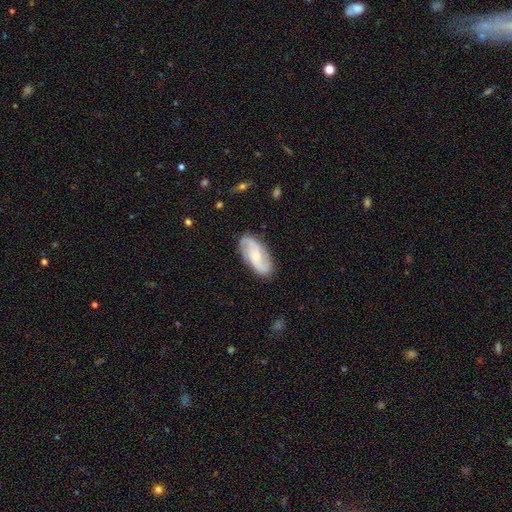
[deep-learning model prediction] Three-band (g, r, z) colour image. It shows a featured or disk galaxy (69%) with no bar (56%), 2 (86%) medium (40%, tied with loose) spiral arms (94%) and a small central bulge (56%). Merging: none (83%).